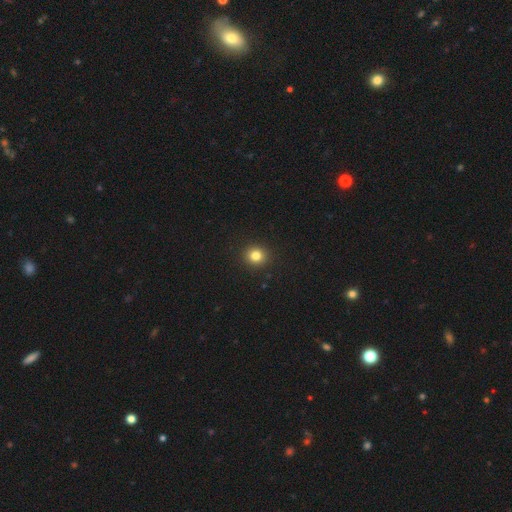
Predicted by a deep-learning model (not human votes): Smooth or featured?
  - smooth: 82% *
  - star or artifact: 12%
  - featured or disk: 5%
How rounded?
  - round: 89% *
  - in between: 10%
  - cigar-shaped: 1%
Merging?
  - none: 93% *
  - minor disturbance: 5%
  - major disturbance: 2%
  - merger: 1%